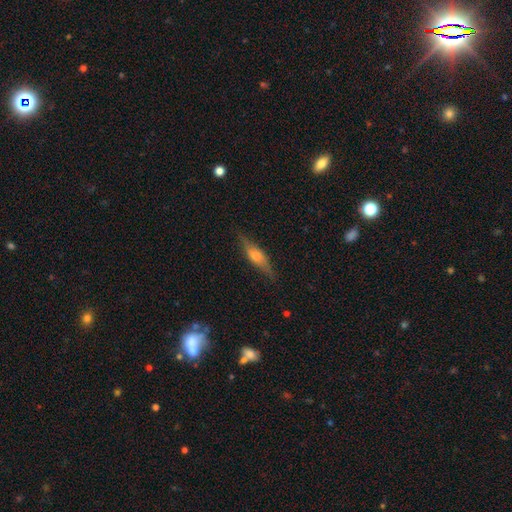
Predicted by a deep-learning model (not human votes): Smooth or featured? featured or disk (61%)
Edge-on disk? yes (93%)
Edge-on bulge? rounded (81%)
Merging? none (83%)